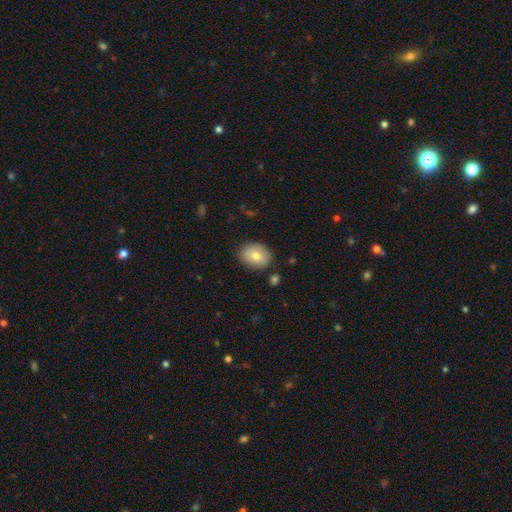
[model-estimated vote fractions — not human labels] smooth-or-featured: smooth: 73% | featured or disk: 20% | star or artifact: 7%
  how-rounded: in between: 57% | round: 42% | cigar-shaped: 1%
  merging: none: 83% | minor disturbance: 12% | major disturbance: 3% | merger: 2%